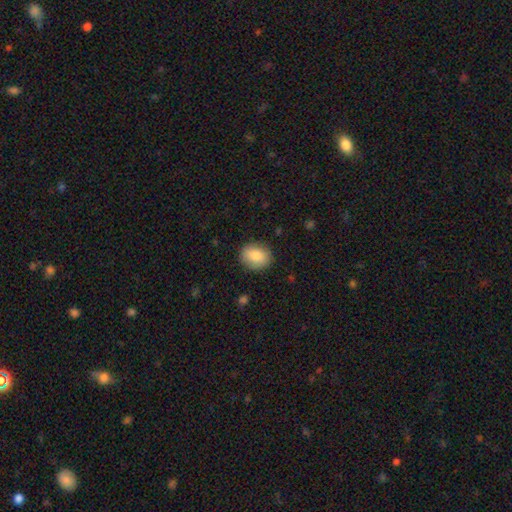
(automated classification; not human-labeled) A smooth galaxy with no disk features (83%) that is round (56%). Merging: none (87%).